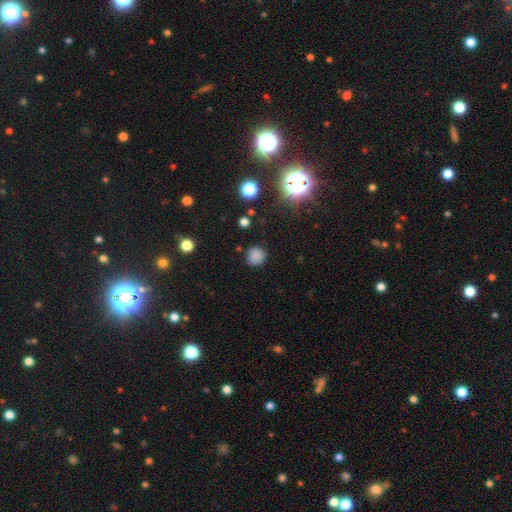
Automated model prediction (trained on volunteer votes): A smooth galaxy with no disk features (80%) that is round (92%).

Vote fractions:
- Smooth or featured? smooth: 80% / star or artifact: 15% / featured or disk: 5%
- How rounded? round: 92% / in between: 7% / cigar-shaped: 1%
- Merging? none: 85% / minor disturbance: 10% / major disturbance: 3% / merger: 2%